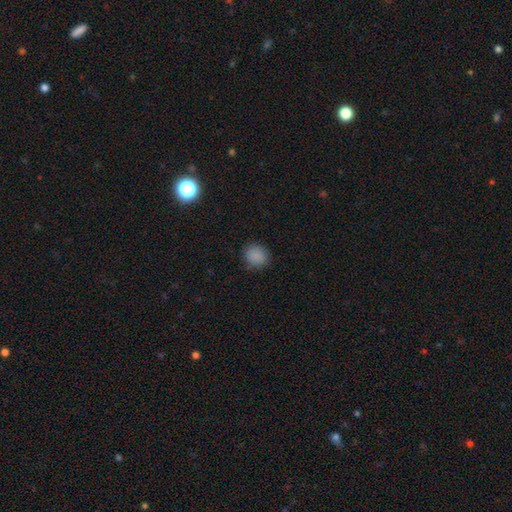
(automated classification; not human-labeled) Smooth or featured? smooth (87%)
How rounded? round (77%)
Merging? none (86%)